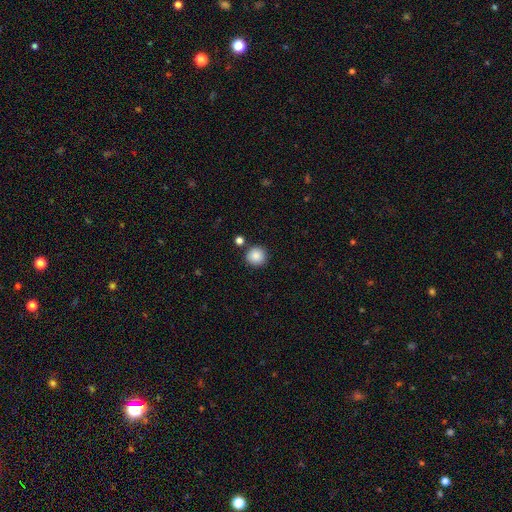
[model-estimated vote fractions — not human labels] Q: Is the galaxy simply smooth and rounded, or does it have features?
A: smooth — 87%.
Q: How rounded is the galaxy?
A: round — 94%.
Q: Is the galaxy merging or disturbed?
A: none — 86%.